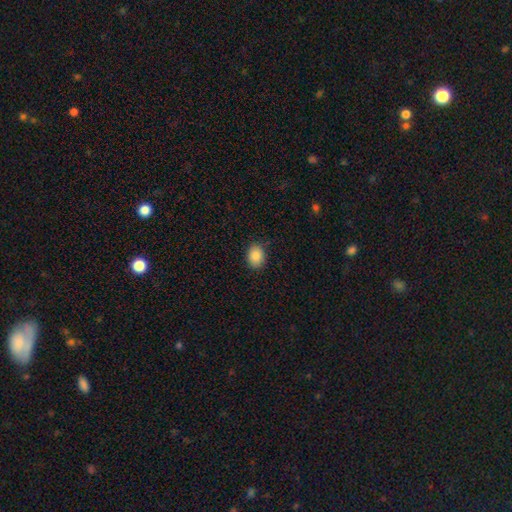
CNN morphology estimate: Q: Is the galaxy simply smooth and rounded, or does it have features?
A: smooth — 89%.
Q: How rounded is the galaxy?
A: in between — 65%.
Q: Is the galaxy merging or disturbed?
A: none — 86%.